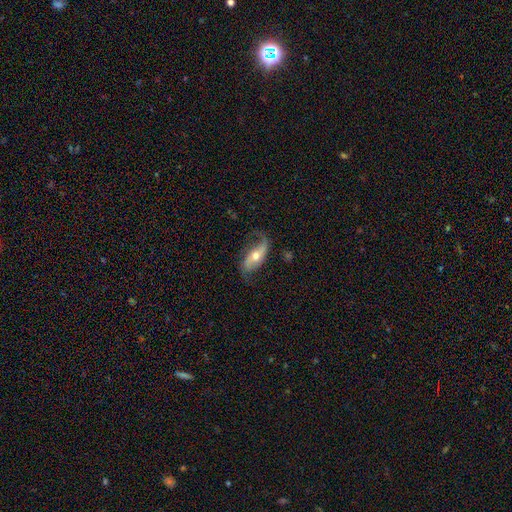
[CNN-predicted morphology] A featured or disk galaxy (76%) with no bar (49%), 2 (83%) loose (73%) spiral arms (92%) and a moderate central bulge (69%). Merging: none (63%).